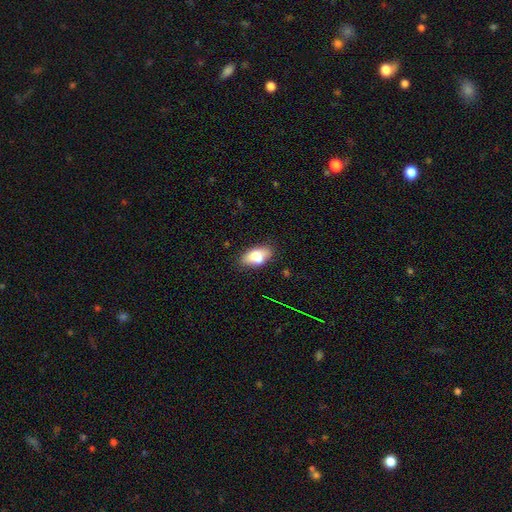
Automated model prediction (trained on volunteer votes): smooth-or-featured: smooth: 77% | featured or disk: 15% | star or artifact: 8%
  how-rounded: in between: 90% | round: 5% | cigar-shaped: 5%
  merging: none: 72% | minor disturbance: 20% | major disturbance: 5% | merger: 4%